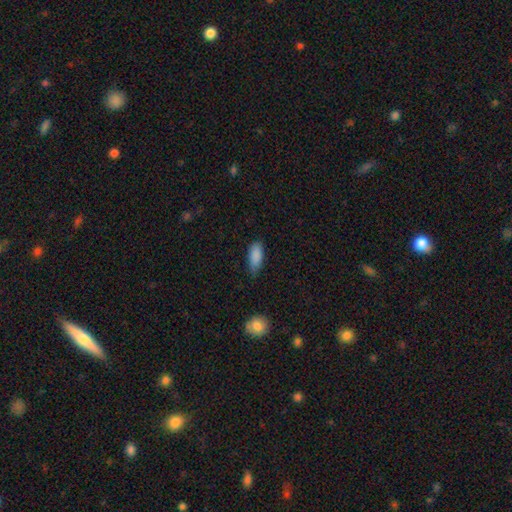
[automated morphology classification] Smooth or featured?
  - smooth: 88% *
  - star or artifact: 7%
  - featured or disk: 5%
How rounded?
  - in between: 82% *
  - cigar-shaped: 16%
  - round: 2%
Merging?
  - none: 64% *
  - minor disturbance: 29%
  - major disturbance: 5%
  - merger: 2%